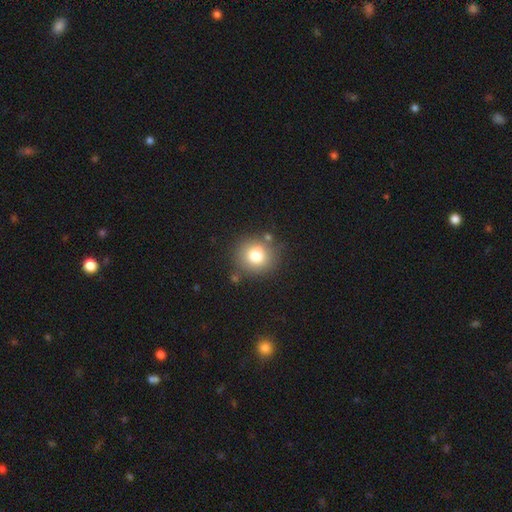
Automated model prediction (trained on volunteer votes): A smooth galaxy with no disk features (78%) that is round (87%).

Vote fractions:
- Smooth or featured? smooth: 78% / star or artifact: 11% / featured or disk: 10%
- How rounded? round: 87% / in between: 12% / cigar-shaped: 1%
- Merging? none: 79% / minor disturbance: 11% / merger: 6% / major disturbance: 4%